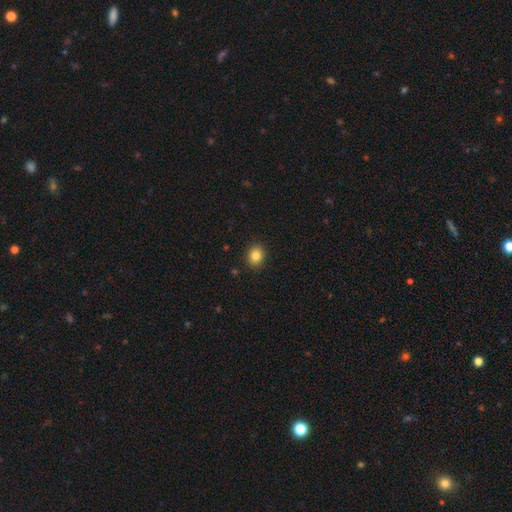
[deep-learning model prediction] Overall: smooth (84%). How rounded: round (63%; in between 36%). Merging: none (91%).